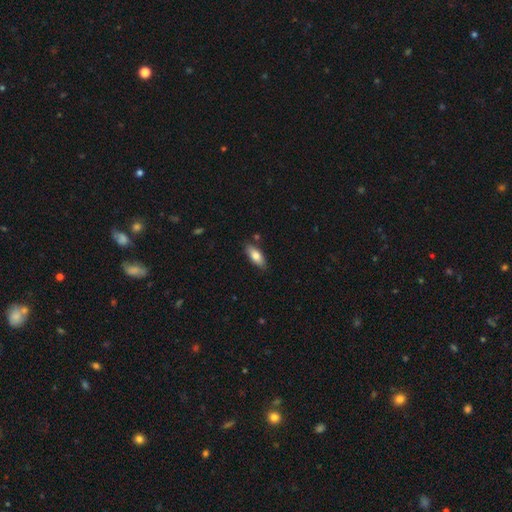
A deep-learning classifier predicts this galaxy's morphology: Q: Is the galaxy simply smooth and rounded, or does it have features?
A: smooth — 78%.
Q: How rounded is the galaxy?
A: in between — 79%.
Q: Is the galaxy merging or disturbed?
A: none — 84%.